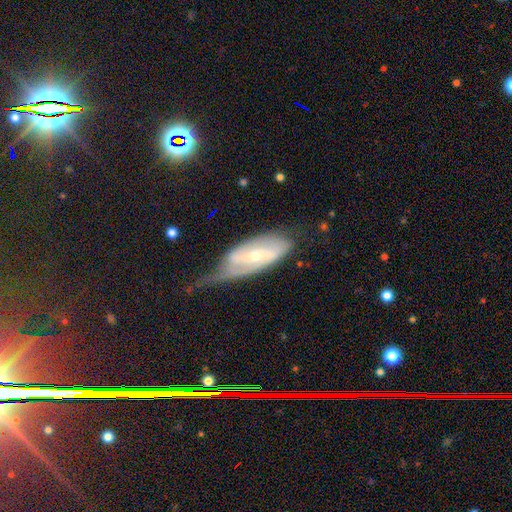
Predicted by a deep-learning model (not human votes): Smooth or featured?
  - featured or disk: 75% *
  - smooth: 19%
  - star or artifact: 6%
Edge-on disk?
  - no: 90% *
  - yes: 10%
Bar?
  - weak: 43% *
  - strong: 30%
  - no: 27%
Spiral arms?
  - yes: 87% *
  - no: 13%
Spiral winding?
  - medium: 39% *
  - tight: 34%
  - loose: 27%
Spiral arm count?
  - 2: 66% *
  - can't tell: 18%
  - 1: 10%
  - 3: 3%
  - 4: 1%
  - more than 4: 1%
Bulge size?
  - small: 52% *
  - moderate: 44%
  - large: 2%
  - none: 1%
  - dominant: 1%
Merging?
  - minor disturbance: 36% *
  - none: 32%
  - major disturbance: 28%
  - merger: 3%